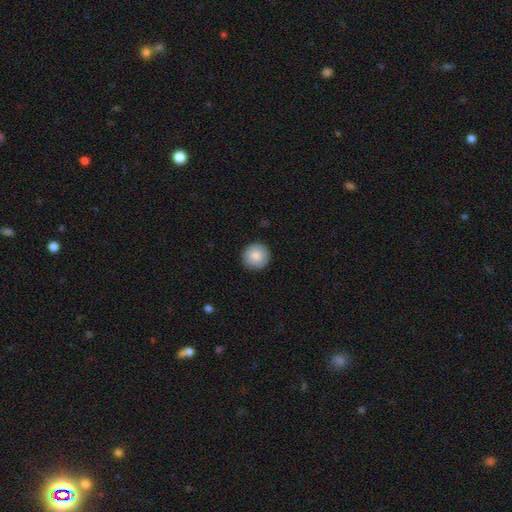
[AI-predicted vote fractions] The model was most divided on "smooth or featured": smooth: 85%, featured or disk: 7%, star or artifact: 7%. More confident: how rounded — round (96%); merging — none (92%).